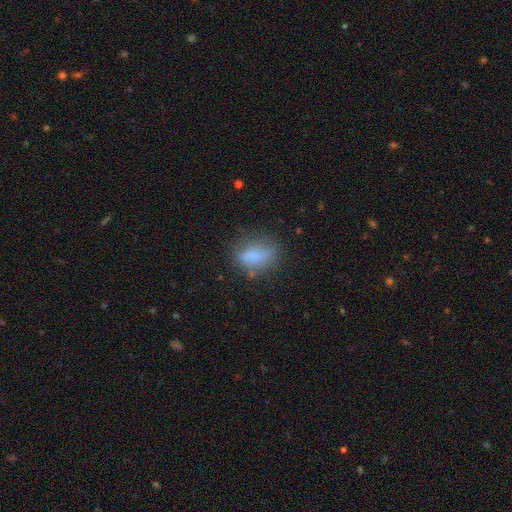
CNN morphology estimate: Smooth or featured? Predicted: smooth (p=0.71). How rounded? Predicted: in between (p=0.75). Merging? Predicted: none (p=0.55).